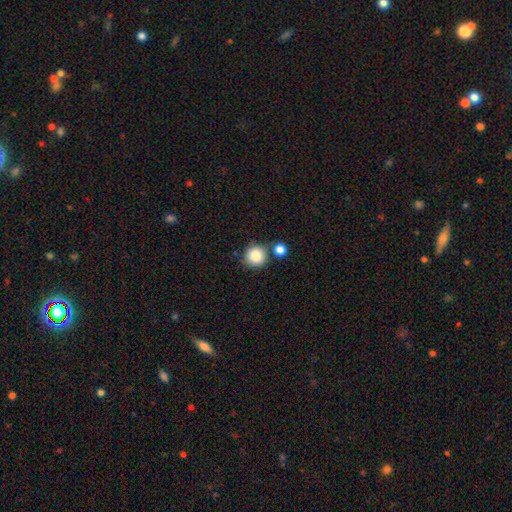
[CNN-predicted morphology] smooth_or_featured: smooth (p=0.86) [alt: star or artifact p=0.09]
how_rounded: round (p=0.91) [alt: in between p=0.08]
merging: none (p=0.69) [alt: merger p=0.16]